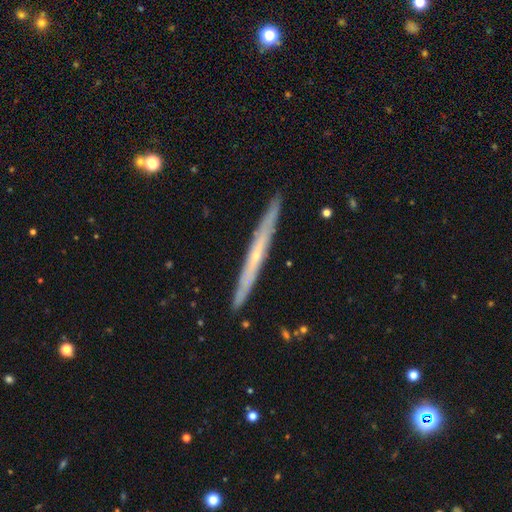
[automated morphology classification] Smooth or featured? featured or disk (67%)
Edge-on disk? yes (96%)
Edge-on bulge? none (60%)
Merging? none (91%)